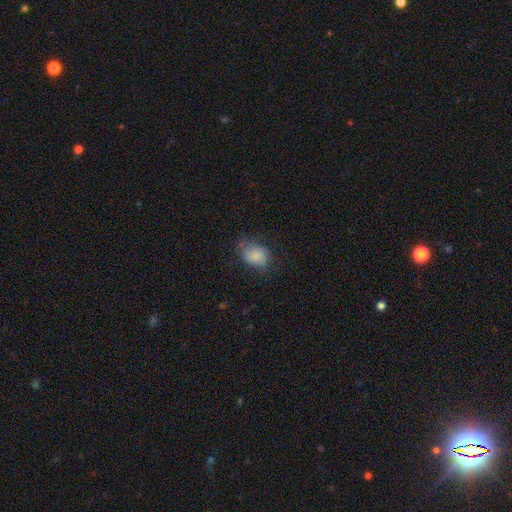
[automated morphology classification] Smooth or featured? Predicted: smooth (p=0.82). How rounded? Predicted: in between (p=0.65). Merging? Predicted: none (p=0.58).